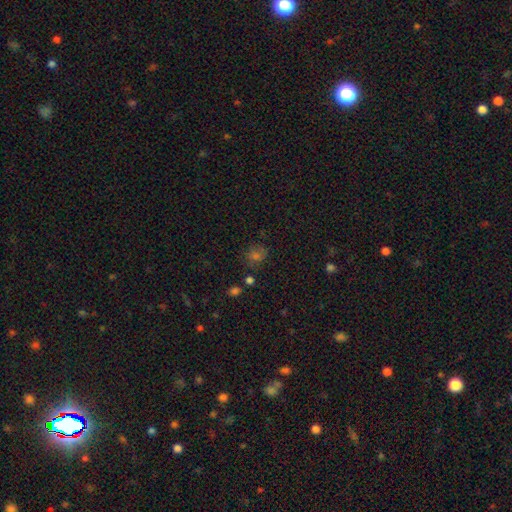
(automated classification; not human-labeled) Morphology: type=smooth (55%); roundness=round (66%); merging=none (72%).